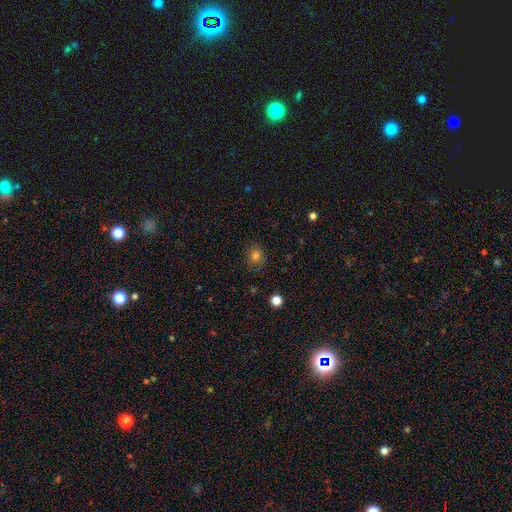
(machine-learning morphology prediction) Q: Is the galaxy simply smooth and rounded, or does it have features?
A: smooth — 79%.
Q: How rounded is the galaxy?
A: round — 77%.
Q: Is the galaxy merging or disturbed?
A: none — 82%.